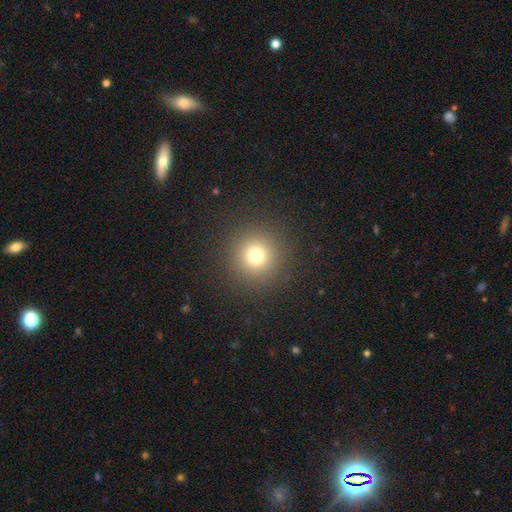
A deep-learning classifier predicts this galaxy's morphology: Overall: smooth (74%). How rounded: round (95%). Merging: none (91%).